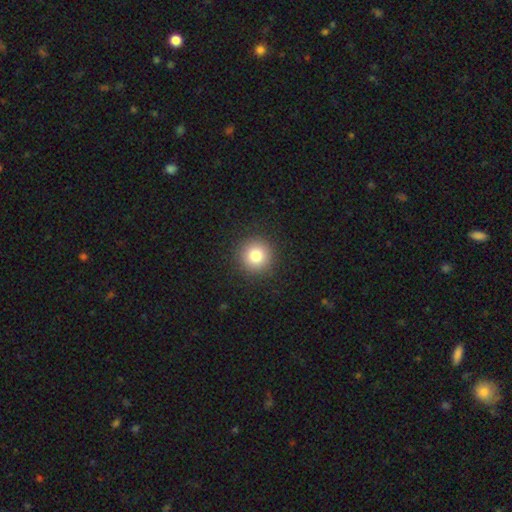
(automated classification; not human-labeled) A smooth galaxy with no disk features (82%) that is round (95%).

Vote fractions:
- Smooth or featured? smooth: 82% / star or artifact: 11% / featured or disk: 7%
- How rounded? round: 95% / in between: 4% / cigar-shaped: 1%
- Merging? none: 91% / minor disturbance: 6% / major disturbance: 2% / merger: 1%